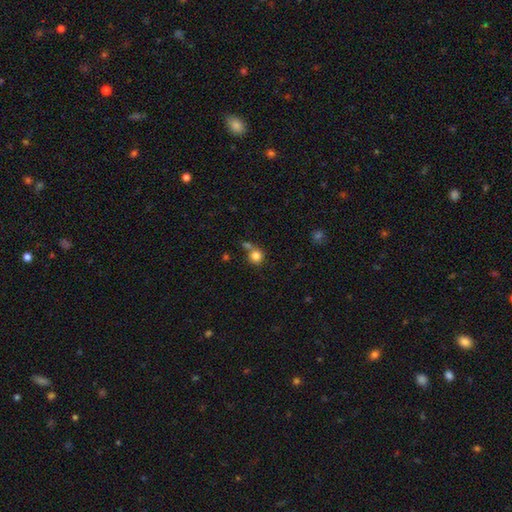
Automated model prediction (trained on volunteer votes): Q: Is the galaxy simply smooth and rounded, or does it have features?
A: smooth — 82%.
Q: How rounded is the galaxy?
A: round — 89%.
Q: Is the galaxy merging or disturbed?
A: none — 57%.